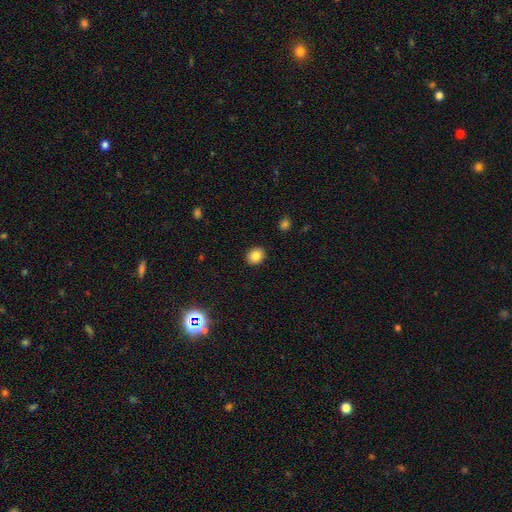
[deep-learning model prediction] Smooth or featured? smooth (85%)
How rounded? round (67%)
Merging? none (91%)